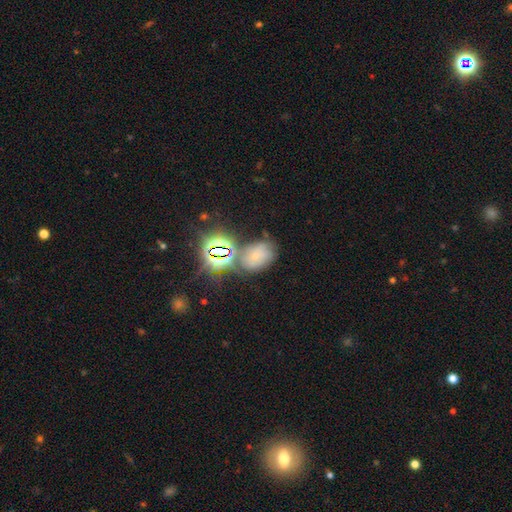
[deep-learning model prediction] The model was most divided on "smooth or featured": star or artifact: 39%, smooth: 38%, featured or disk: 23%.